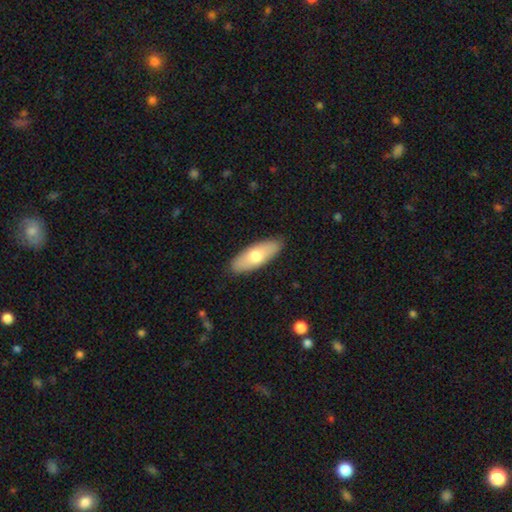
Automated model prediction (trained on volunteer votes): Smooth or featured? smooth (67%)
How rounded? in between (69%)
Merging? none (88%)